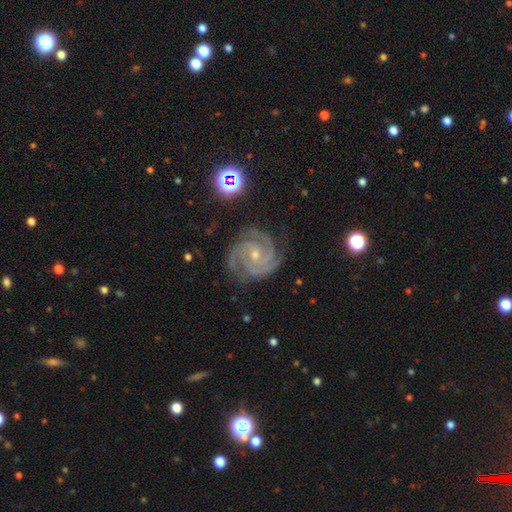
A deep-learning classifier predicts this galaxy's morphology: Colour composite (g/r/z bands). It shows a featured or disk galaxy (91%) with no bar (61%), 3 (51%) tight (72%) spiral arms (99%) and a small central bulge (63%). Merging: none (79%).